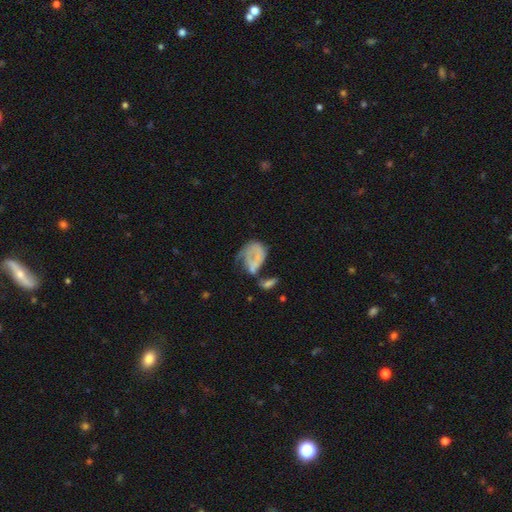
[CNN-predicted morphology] Smooth or featured?
  - featured or disk: 45% *
  - smooth: 44%
  - star or artifact: 11%
Merging?
  - major disturbance: 41% *
  - merger: 27%
  - none: 17%
  - minor disturbance: 15%